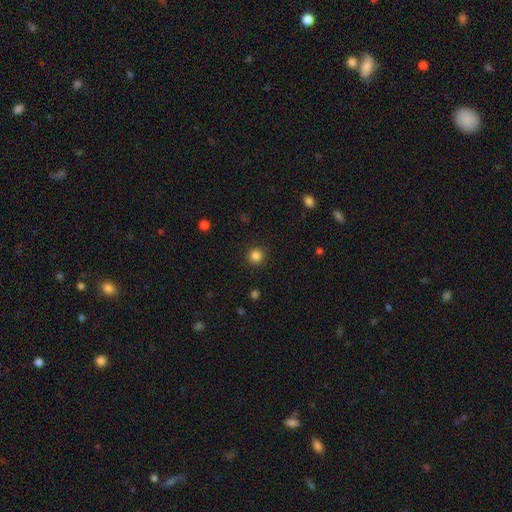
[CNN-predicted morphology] Q: Smooth or featured?
A: smooth (84%); runner-up: star or artifact (12%)
Q: How rounded?
A: round (94%); runner-up: in between (5%)
Q: Merging?
A: none (91%); runner-up: minor disturbance (5%)